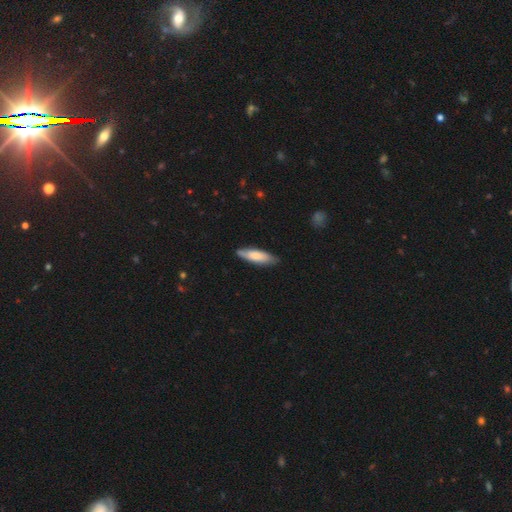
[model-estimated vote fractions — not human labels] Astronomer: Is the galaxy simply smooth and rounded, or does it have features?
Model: smooth — 72%.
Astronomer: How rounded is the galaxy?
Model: cigar-shaped — 58% (runner-up: in between, 40%).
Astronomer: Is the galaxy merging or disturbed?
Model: none — 82%.